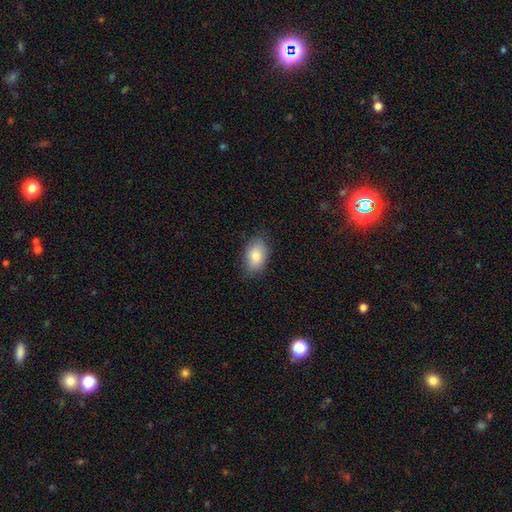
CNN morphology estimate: Smooth or featured?
  - smooth: 83% *
  - featured or disk: 10%
  - star or artifact: 7%
How rounded?
  - in between: 89% *
  - round: 9%
  - cigar-shaped: 1%
Merging?
  - none: 80% *
  - minor disturbance: 15%
  - major disturbance: 3%
  - merger: 1%